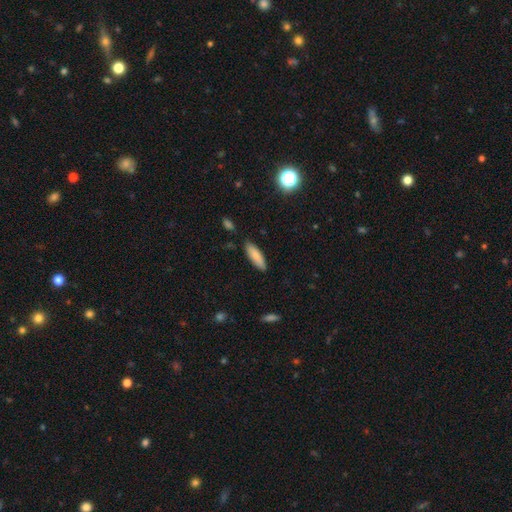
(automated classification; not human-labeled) smooth-or-featured: smooth: 84% | featured or disk: 9% | star or artifact: 7%
  how-rounded: in between: 50% | cigar-shaped: 48% | round: 2%
  merging: none: 85% | minor disturbance: 11% | major disturbance: 2% | merger: 2%